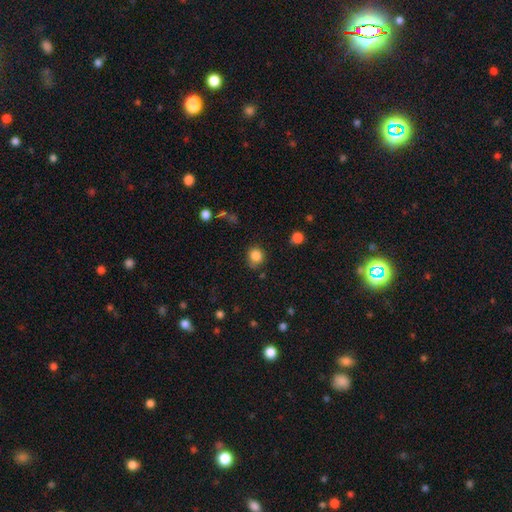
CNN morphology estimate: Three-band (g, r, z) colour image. It shows a smooth galaxy with no disk features (84%) that is round (82%). Merging: none (75%).